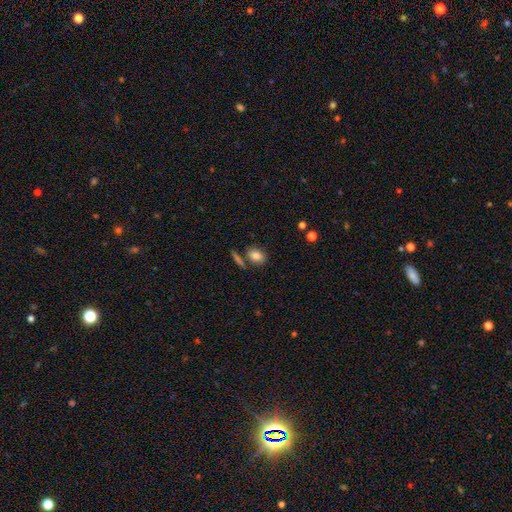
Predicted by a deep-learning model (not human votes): Smooth or featured?
  - smooth: 83% *
  - star or artifact: 9%
  - featured or disk: 8%
How rounded?
  - in between: 75% *
  - round: 22%
  - cigar-shaped: 3%
Merging?
  - none: 68% *
  - merger: 14%
  - minor disturbance: 14%
  - major disturbance: 5%